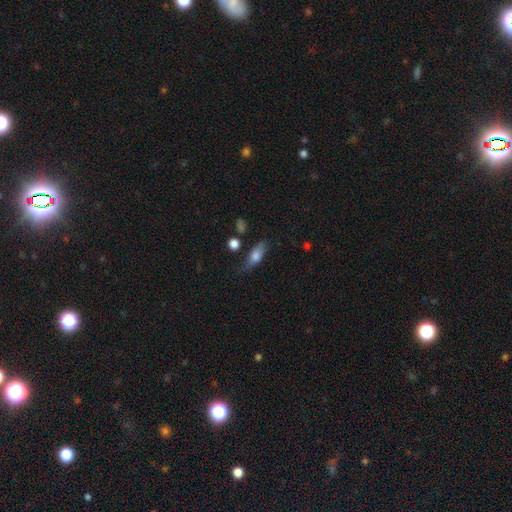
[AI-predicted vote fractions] A smooth galaxy with no disk features (71%) that is in between round and cigar-shaped (73%). Merging: none (62%).